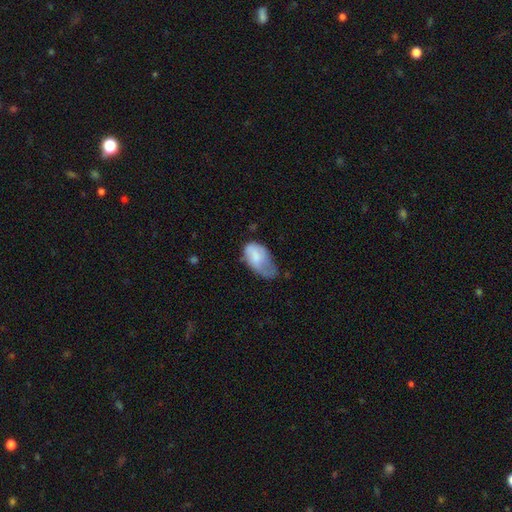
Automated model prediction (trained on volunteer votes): Smooth or featured? smooth (71%)
How rounded? in between (92%)
Merging? minor disturbance (43%)